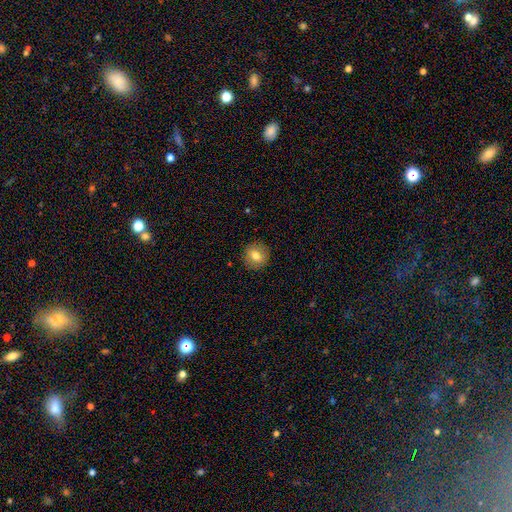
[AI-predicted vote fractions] Overall: smooth (73%). How rounded: round (85%). Merging: none (88%).